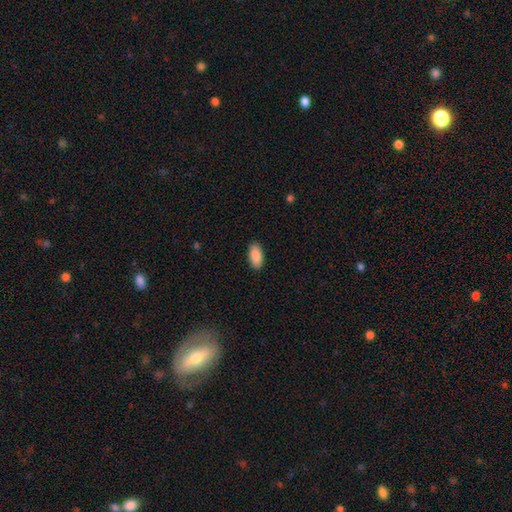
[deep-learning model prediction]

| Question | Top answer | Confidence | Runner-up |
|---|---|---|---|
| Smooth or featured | smooth | 90% | star or artifact (6%) |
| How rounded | in between | 93% | cigar-shaped (5%) |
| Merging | none | 89% | minor disturbance (8%) |